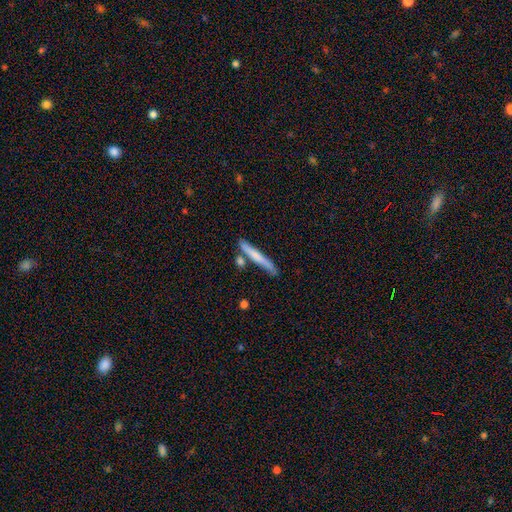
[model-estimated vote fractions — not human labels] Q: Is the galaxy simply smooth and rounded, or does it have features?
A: smooth — 65%.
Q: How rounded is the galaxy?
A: cigar-shaped — 95%.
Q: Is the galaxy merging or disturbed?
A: none — 75%.